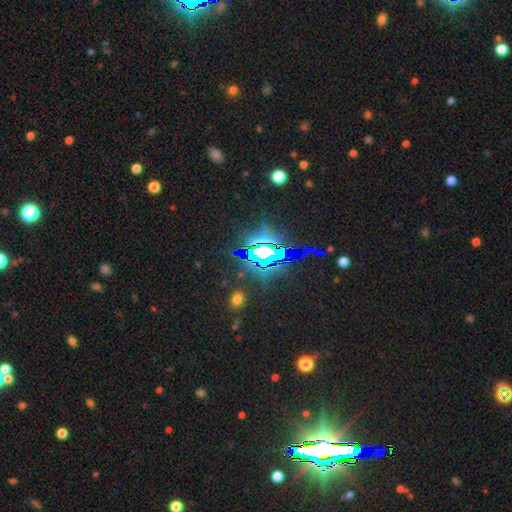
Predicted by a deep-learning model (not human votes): This appears to be a star or artifact, not a galaxy (77%).